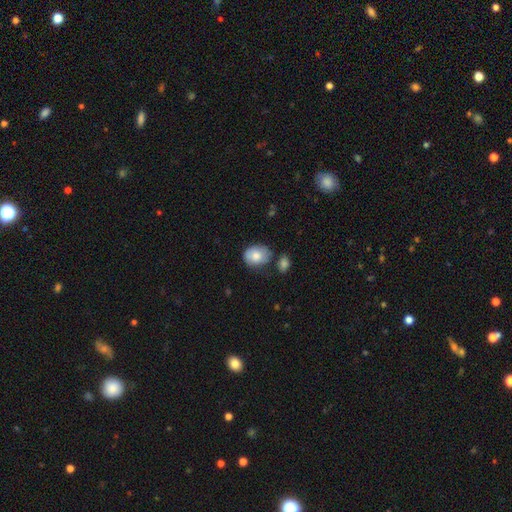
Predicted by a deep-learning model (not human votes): The model was most divided on "how rounded": in between: 56%, round: 43%, cigar-shaped: 1%. More confident: smooth or featured — smooth (79%); merging — none (58%).